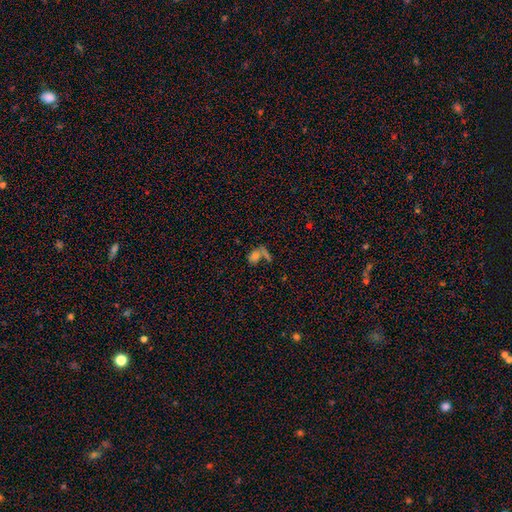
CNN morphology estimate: The model was most divided on "merging": merger: 40%, none: 37%, major disturbance: 12%, minor disturbance: 11%. More confident: how rounded — in between (61%); smooth or featured — smooth (58%).